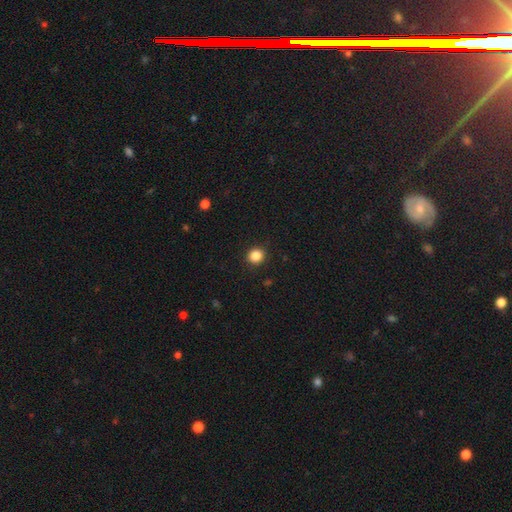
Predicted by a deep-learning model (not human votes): The model was most divided on "how rounded": round: 83%, in between: 16%, cigar-shaped: 1%. More confident: merging — none (91%); smooth or featured — smooth (86%).